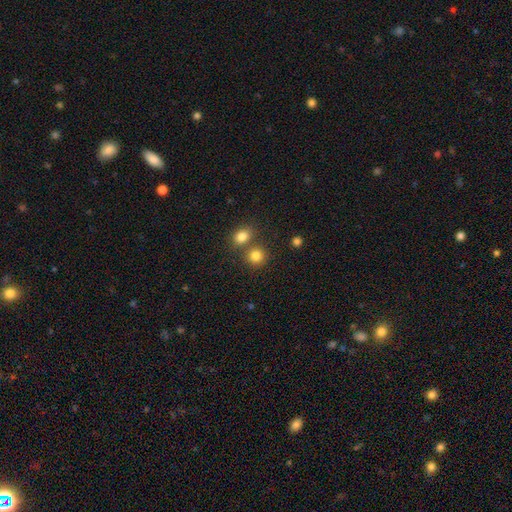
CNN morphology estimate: smooth 82%, star or artifact 12%, featured or disk 6%. Down the decision tree: how rounded — round (84%); merging — none (65%).